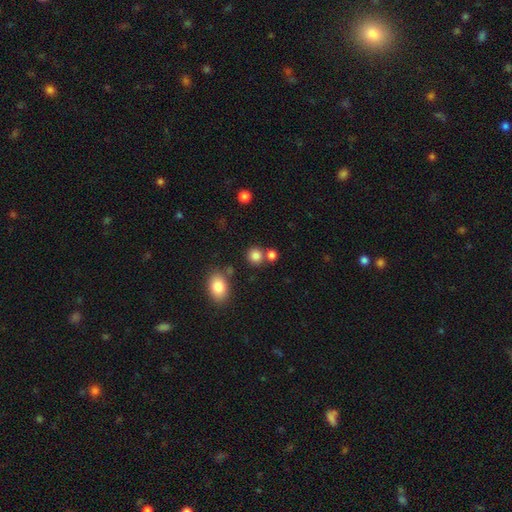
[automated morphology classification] Smooth or featured? smooth (83%)
How rounded? round (87%)
Merging? none (72%)